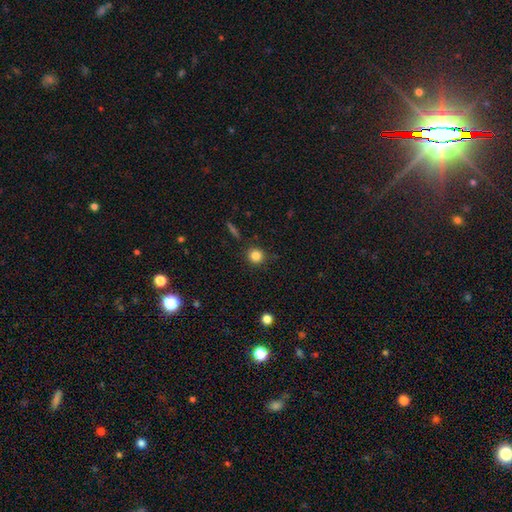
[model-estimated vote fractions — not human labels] Smooth or featured?
  - smooth: 83% *
  - star or artifact: 12%
  - featured or disk: 6%
How rounded?
  - round: 91% *
  - in between: 8%
  - cigar-shaped: 1%
Merging?
  - none: 87% *
  - minor disturbance: 8%
  - major disturbance: 2%
  - merger: 2%